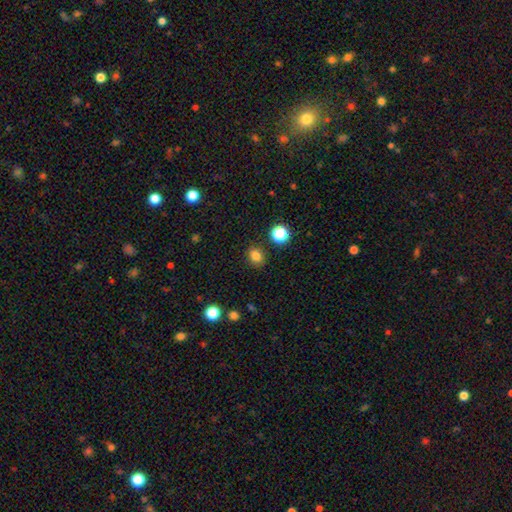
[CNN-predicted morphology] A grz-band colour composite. It shows a smooth galaxy with no disk features (82%) that is round (60%). Merging: none (87%).